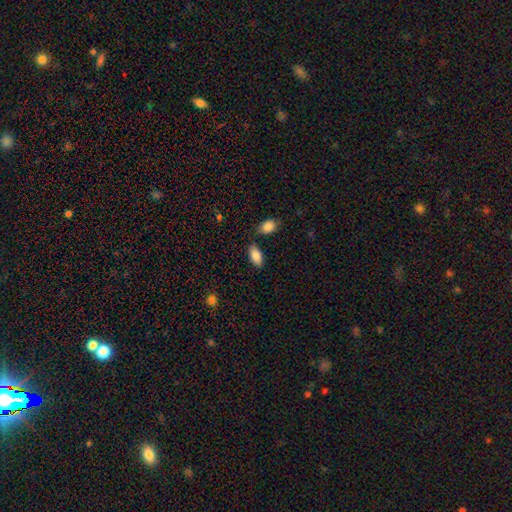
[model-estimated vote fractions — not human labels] This is clearly a smooth galaxy (88%). How rounded: clearly in between (93%). Merging: likely none (77%).